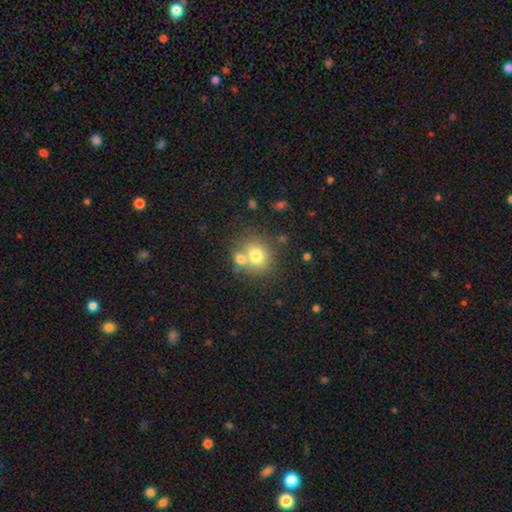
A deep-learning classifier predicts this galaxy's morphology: This is likely a smooth galaxy (74%). How rounded: likely round (75%). Merging: possibly none (52%).